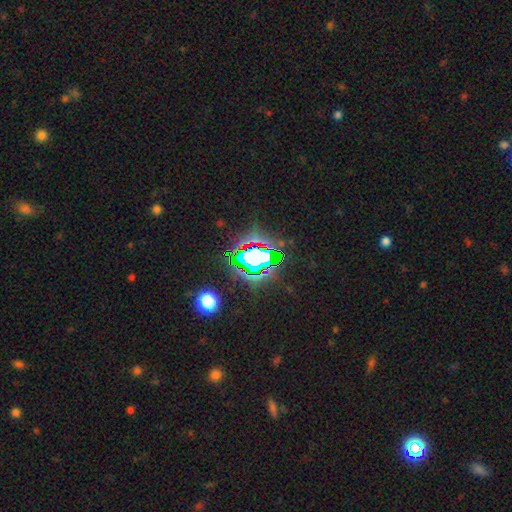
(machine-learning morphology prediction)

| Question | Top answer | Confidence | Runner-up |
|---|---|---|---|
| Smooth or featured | star or artifact | 71% | smooth (16%) |